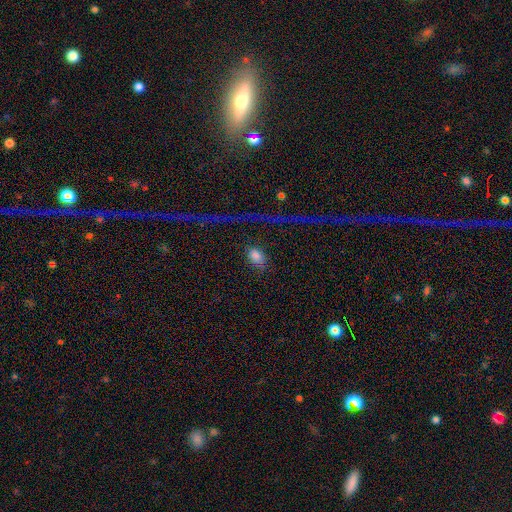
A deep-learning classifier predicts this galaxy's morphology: Q: Smooth or featured?
A: smooth (80%); runner-up: star or artifact (12%)
Q: How rounded?
A: in between (80%); runner-up: round (17%)
Q: Merging?
A: none (69%); runner-up: minor disturbance (15%)